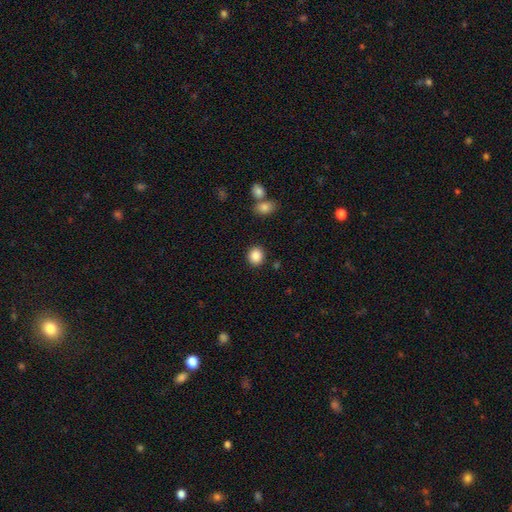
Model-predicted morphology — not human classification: Overall: smooth (87%). How rounded: round (79%). Merging: none (88%).